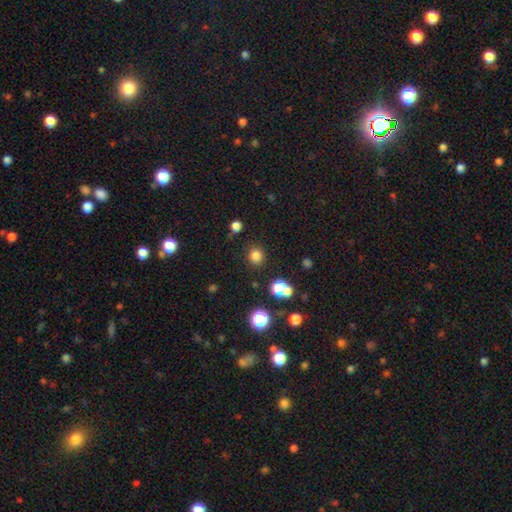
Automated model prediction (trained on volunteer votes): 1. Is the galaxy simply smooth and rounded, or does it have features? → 80% smooth, 16% star or artifact, 4% featured or disk.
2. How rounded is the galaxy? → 88% round, 11% in between, 1% cigar-shaped.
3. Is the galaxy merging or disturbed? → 86% none, 7% minor disturbance, 3% merger, 3% major disturbance.